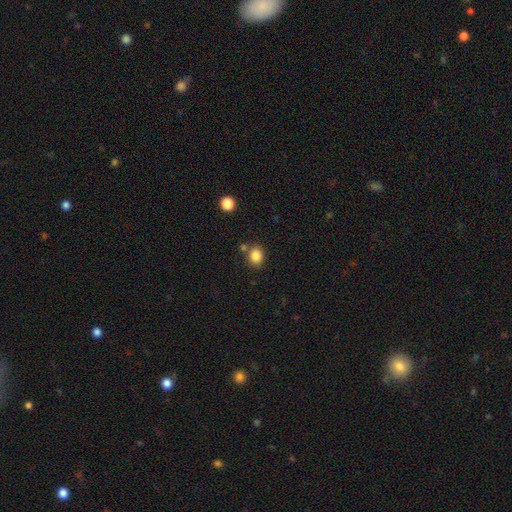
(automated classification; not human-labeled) This is clearly a smooth galaxy (85%). How rounded: possibly round (59%). Merging: likely none (75%).